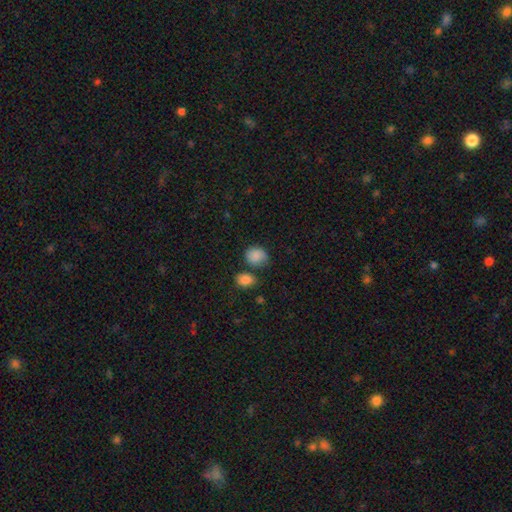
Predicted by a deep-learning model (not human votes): This appears to be a smooth galaxy with no disk features (86%) that is round (59%). Merging: none (61%).